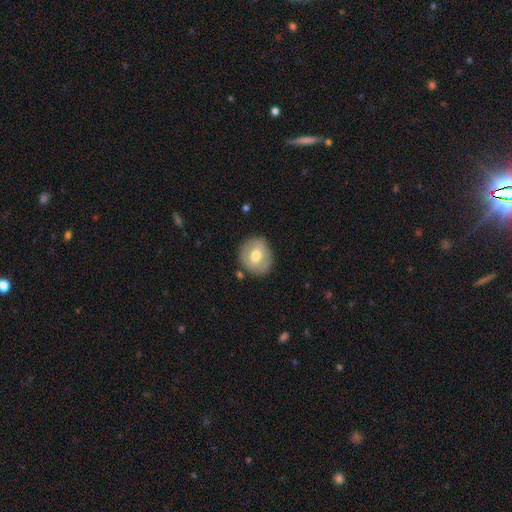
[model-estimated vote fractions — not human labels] smooth 57%, featured or disk 37%, star or artifact 6%. Down the decision tree: how rounded — round (72%); merging — none (82%).